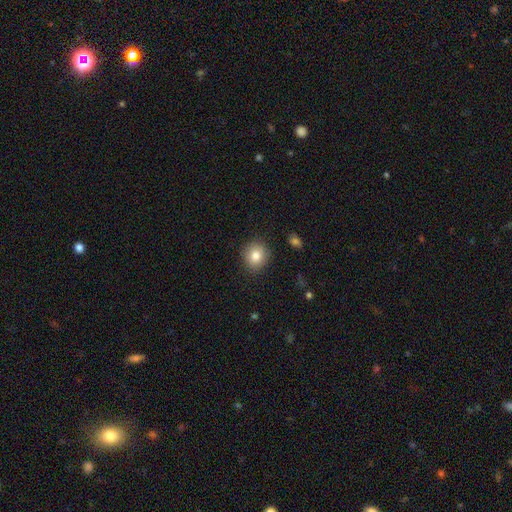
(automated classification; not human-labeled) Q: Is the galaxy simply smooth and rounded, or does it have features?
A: smooth — 82%.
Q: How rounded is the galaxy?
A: round — 84%.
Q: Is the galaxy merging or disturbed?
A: none — 88%.